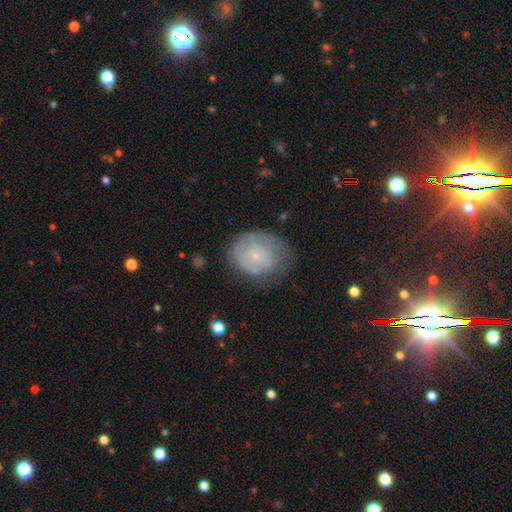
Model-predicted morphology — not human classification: A featured or disk galaxy (46%).

Vote fractions:
- Smooth or featured? featured or disk: 46% / smooth: 45% / star or artifact: 8%
- Merging? none: 55% / minor disturbance: 28% / major disturbance: 15% / merger: 2%